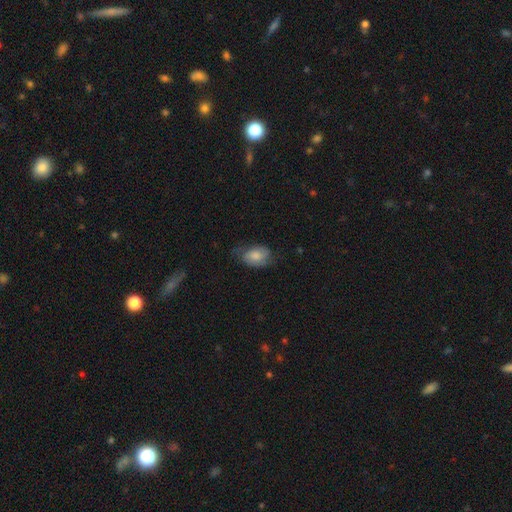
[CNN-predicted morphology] A smooth galaxy with no disk features (64%) that is in between round and cigar-shaped (86%).

Vote fractions:
- Smooth or featured? smooth: 64% / featured or disk: 29% / star or artifact: 7%
- How rounded? in between: 86% / round: 13% / cigar-shaped: 2%
- Merging? none: 54% / minor disturbance: 31% / major disturbance: 13% / merger: 1%